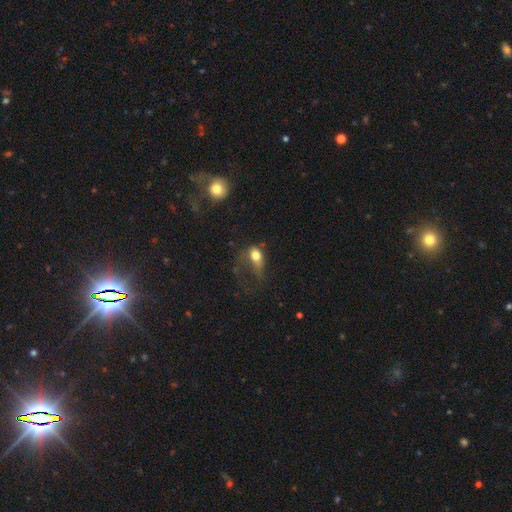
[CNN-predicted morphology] Overall: smooth (69%). How rounded: in between (69%). Merging: major disturbance (55%; minor disturbance 20%).